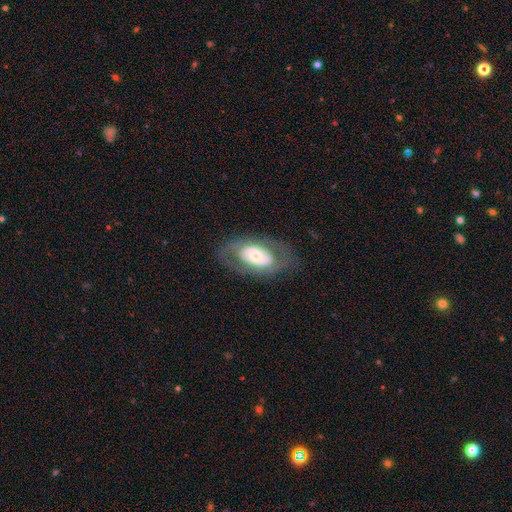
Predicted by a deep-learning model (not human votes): The model was most divided on "bulge size": moderate: 49%, small: 35%, large: 13%, dominant: 2%, none: 2%. More confident: edge-on disk — no (91%); merging — none (74%); bar — no (73%); spiral arms — no (70%); smooth or featured — featured or disk (58%).